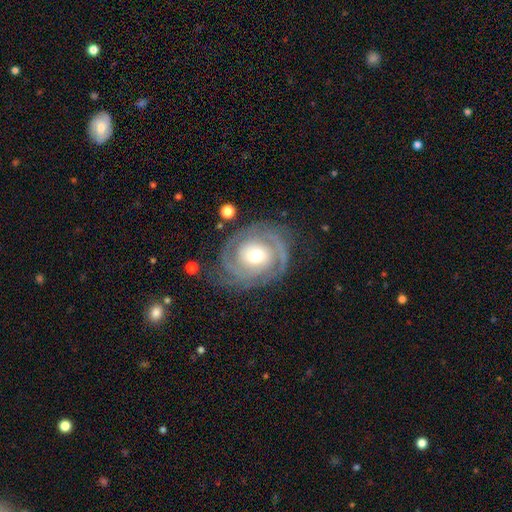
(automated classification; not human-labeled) A featured or disk galaxy (84%) with no bar (71%), 2 (42%) tight (72%) spiral arms (93%) and a moderate central bulge (69%).

Vote fractions:
- Smooth or featured? featured or disk: 84% / smooth: 10% / star or artifact: 5%
- Edge-on disk? no: 97% / yes: 3%
- Bar? no: 71% / weak: 21% / strong: 7%
- Spiral arms? yes: 93% / no: 7%
- Spiral winding? tight: 72% / medium: 22% / loose: 6%
- Spiral arm count? 2: 42% / can't tell: 22% / 3: 18% / 1: 6% / 4: 6% / more than 4: 5%
- Bulge size? moderate: 69% / small: 17% / large: 12% / dominant: 1% / none: 1%
- Merging? none: 76% / minor disturbance: 15% / major disturbance: 7% / merger: 2%